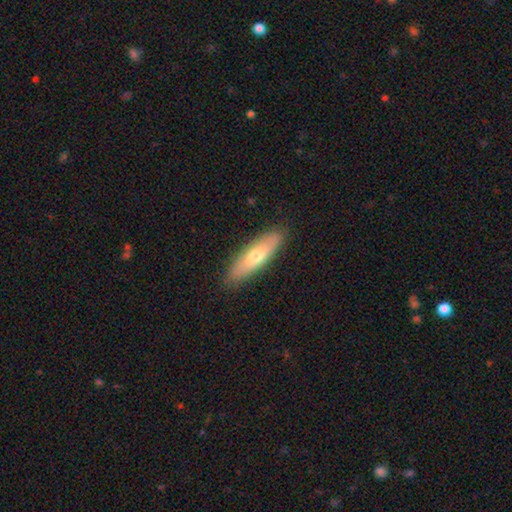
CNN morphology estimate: type=smooth (63%); roundness=cigar-shaped (65%); merging=none (89%).